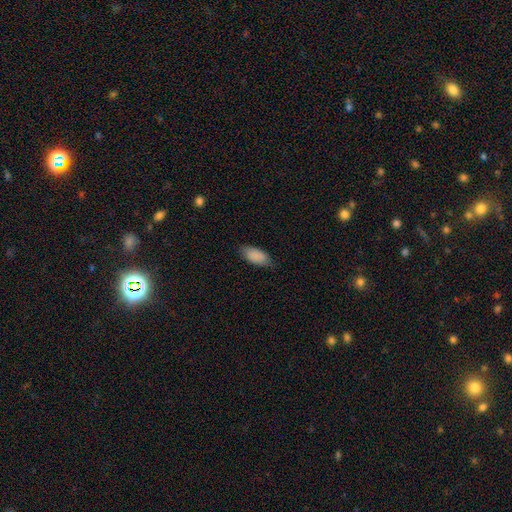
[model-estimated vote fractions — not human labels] smooth-or-featured: smooth: 89% | star or artifact: 6% | featured or disk: 5%
  how-rounded: in between: 91% | cigar-shaped: 7% | round: 2%
  merging: none: 80% | minor disturbance: 16% | major disturbance: 3% | merger: 1%